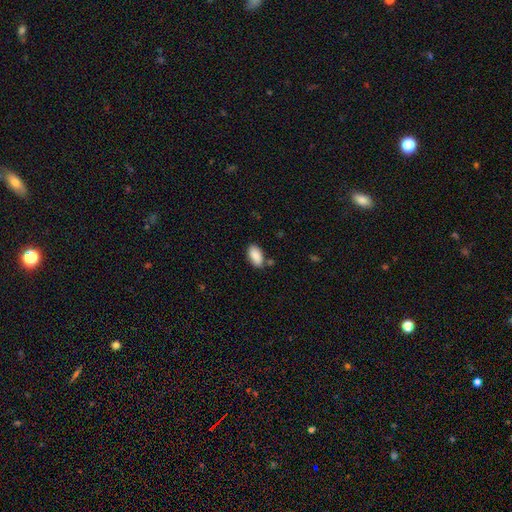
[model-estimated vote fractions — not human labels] Overall: smooth (88%). How rounded: in between (93%). Merging: none (76%).